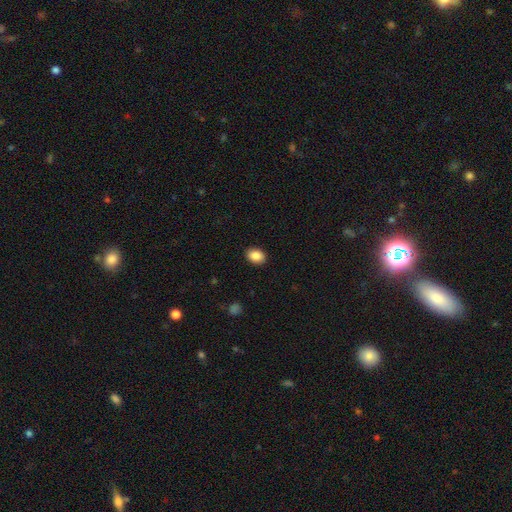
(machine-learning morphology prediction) A smooth galaxy with no disk features (89%) that is in between round and cigar-shaped (70%).

Vote fractions:
- Smooth or featured? smooth: 89% / star or artifact: 8% / featured or disk: 3%
- How rounded? in between: 70% / round: 29% / cigar-shaped: 1%
- Merging? none: 90% / minor disturbance: 7% / major disturbance: 2% / merger: 1%